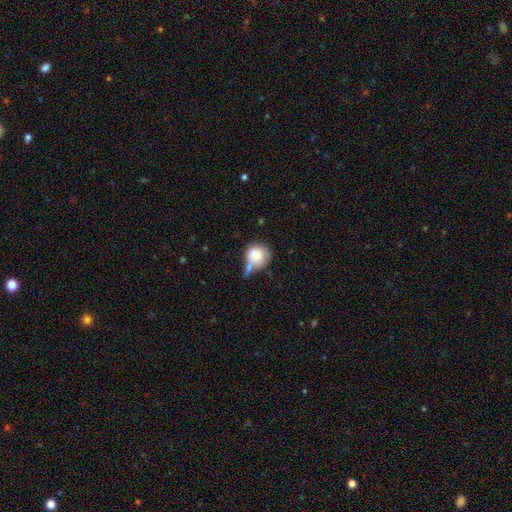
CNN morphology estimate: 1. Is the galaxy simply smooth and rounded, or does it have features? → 80% smooth, 12% featured or disk, 8% star or artifact.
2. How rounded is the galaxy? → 82% round, 17% in between, 1% cigar-shaped.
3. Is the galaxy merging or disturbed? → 32% none, 27% merger, 25% minor disturbance, 15% major disturbance.